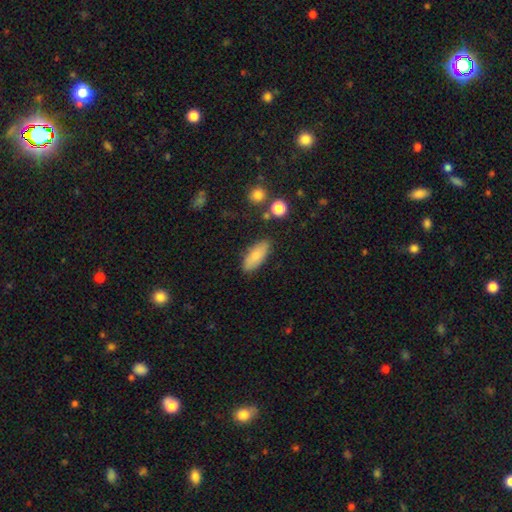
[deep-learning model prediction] smooth_or_featured: smooth (p=0.83) [alt: featured or disk p=0.10]
how_rounded: in between (p=0.78) [alt: cigar-shaped p=0.20]
merging: none (p=0.84) [alt: minor disturbance p=0.11]